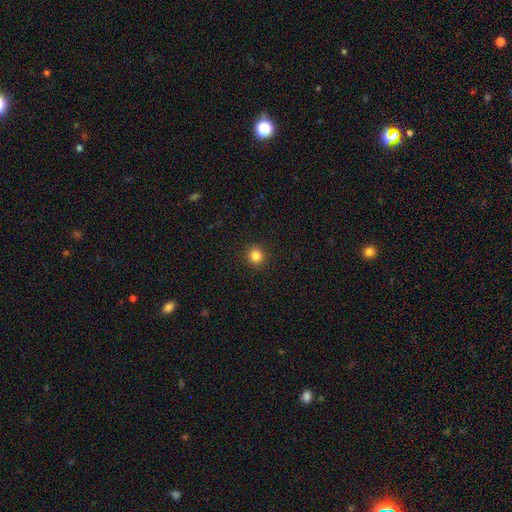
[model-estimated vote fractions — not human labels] This appears to be a smooth galaxy with no disk features (84%) that is round (91%). Merging: none (92%).